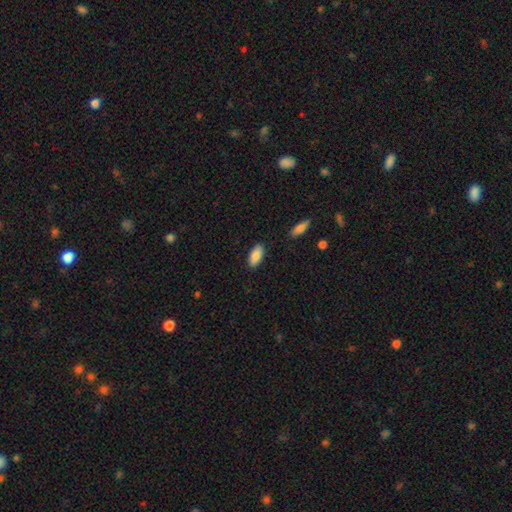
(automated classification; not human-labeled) smooth_or_featured: smooth (p=0.89) [alt: star or artifact p=0.06]
how_rounded: in between (p=0.91) [alt: cigar-shaped p=0.07]
merging: none (p=0.87) [alt: minor disturbance p=0.09]